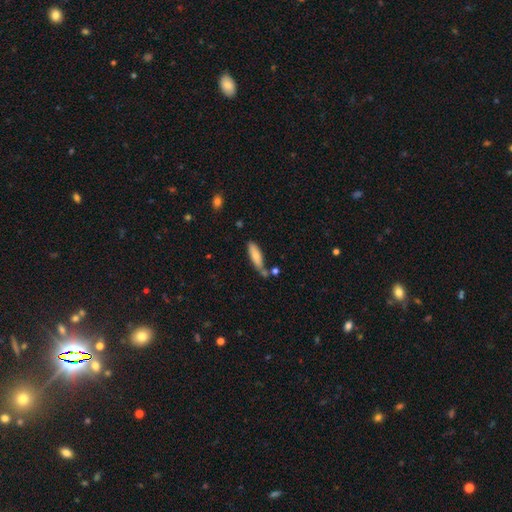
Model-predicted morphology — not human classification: Smooth or featured? smooth (76%)
How rounded? cigar-shaped (61%)
Merging? none (57%)